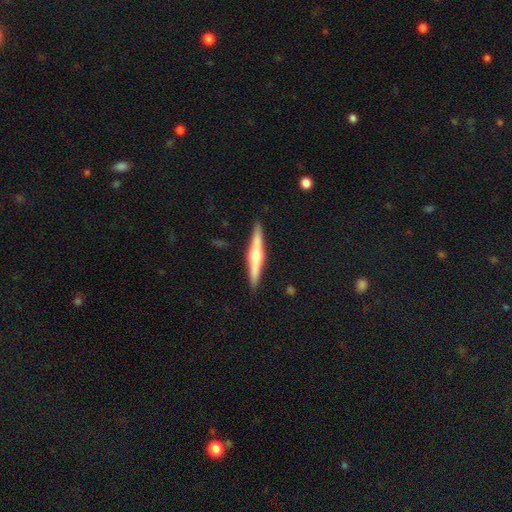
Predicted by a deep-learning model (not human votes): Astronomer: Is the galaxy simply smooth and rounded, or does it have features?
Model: featured or disk — 65%.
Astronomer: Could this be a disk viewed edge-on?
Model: yes — 98%.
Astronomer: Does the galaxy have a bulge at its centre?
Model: rounded — 85%.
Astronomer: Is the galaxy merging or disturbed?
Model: none — 91%.